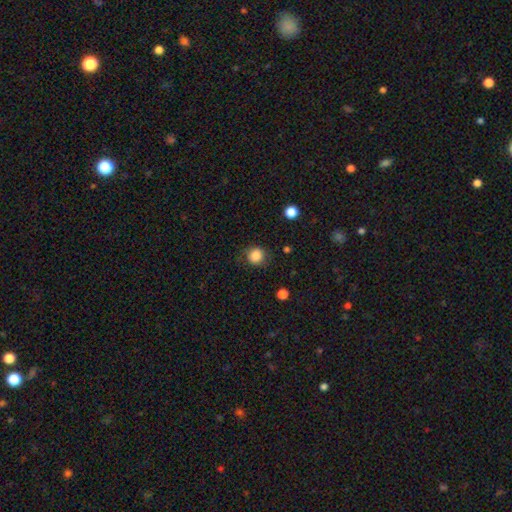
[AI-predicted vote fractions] The model was most divided on "merging": none: 78%, minor disturbance: 15%, major disturbance: 5%, merger: 1%. More confident: how rounded — round (87%); smooth or featured — smooth (86%).